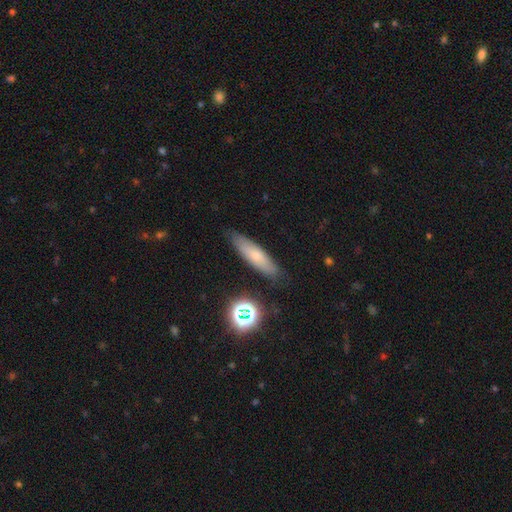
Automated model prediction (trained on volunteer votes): smooth 68%, featured or disk 22%, star or artifact 10%. Down the decision tree: how rounded — cigar-shaped (68%); merging — none (84%).